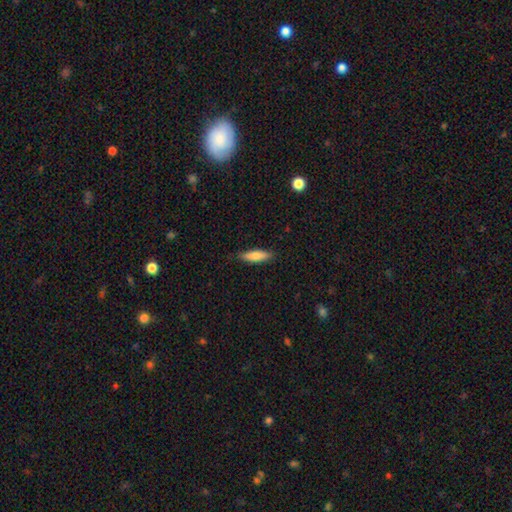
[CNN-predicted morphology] Q: Smooth or featured?
A: smooth (78%); runner-up: featured or disk (16%)
Q: How rounded?
A: cigar-shaped (60%); runner-up: in between (38%)
Q: Merging?
A: none (84%); runner-up: minor disturbance (13%)